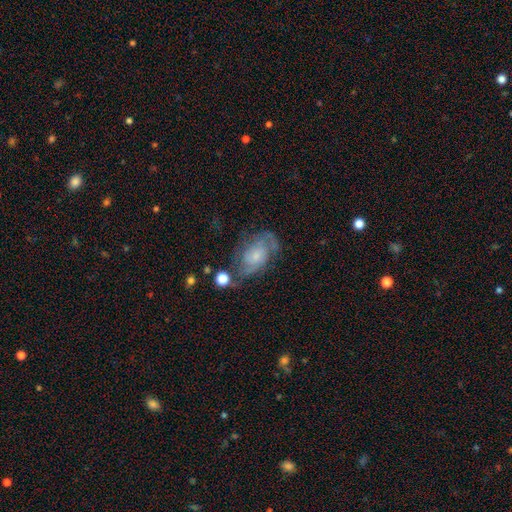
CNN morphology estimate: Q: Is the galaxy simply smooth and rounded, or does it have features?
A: featured or disk — 73%.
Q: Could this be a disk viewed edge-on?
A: no — 97%.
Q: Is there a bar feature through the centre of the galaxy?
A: no — 72%.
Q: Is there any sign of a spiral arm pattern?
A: yes — 88%.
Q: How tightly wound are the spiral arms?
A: medium — 44%.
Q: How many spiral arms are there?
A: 2 — 60%.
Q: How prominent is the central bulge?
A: small — 60%.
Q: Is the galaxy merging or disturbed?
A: none — 53%.